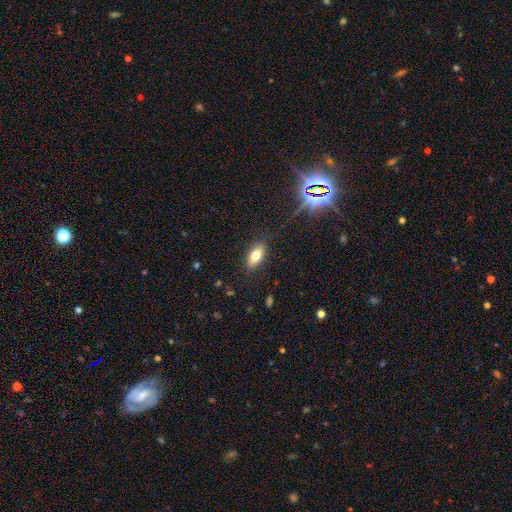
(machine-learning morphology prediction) Smooth or featured: smooth — 76% (featured or disk — 15%)
How rounded: in between — 83% (cigar-shaped — 13%)
Merging: none — 86% (minor disturbance — 10%)